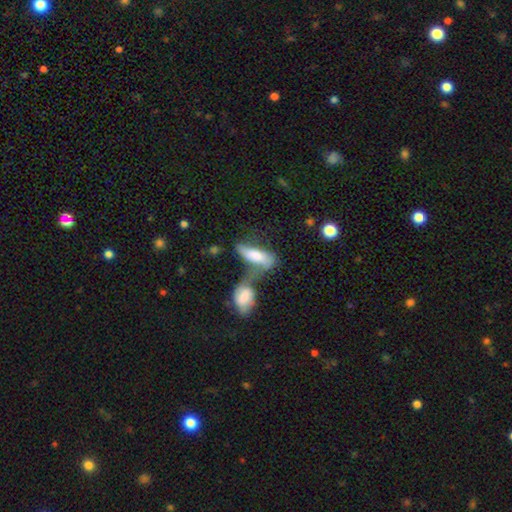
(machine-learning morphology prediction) A smooth galaxy with no disk features (68%) that is in between round and cigar-shaped (75%).

Vote fractions:
- Smooth or featured? smooth: 68% / featured or disk: 25% / star or artifact: 7%
- How rounded? in between: 75% / cigar-shaped: 23% / round: 3%
- Merging? merger: 66% / none: 15% / major disturbance: 10% / minor disturbance: 9%